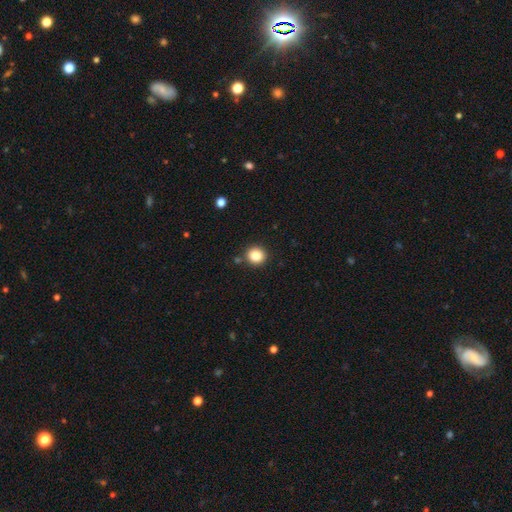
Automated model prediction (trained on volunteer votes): A smooth galaxy with no disk features (85%) that is round (89%). Merging: none (88%).